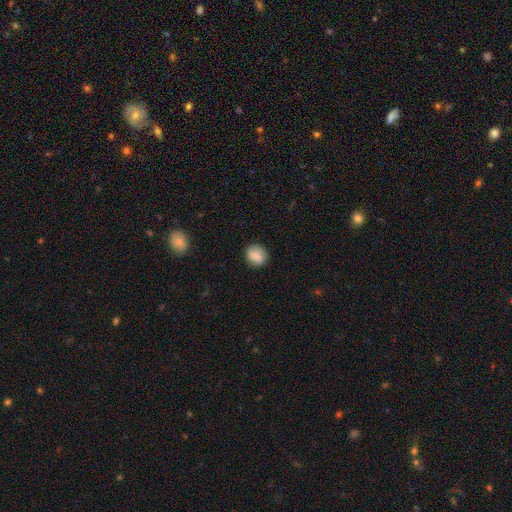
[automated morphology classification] smooth_or_featured: smooth (p=0.72) [alt: featured or disk p=0.20]
how_rounded: round (p=0.78) [alt: in between p=0.21]
merging: none (p=0.82) [alt: minor disturbance p=0.14]